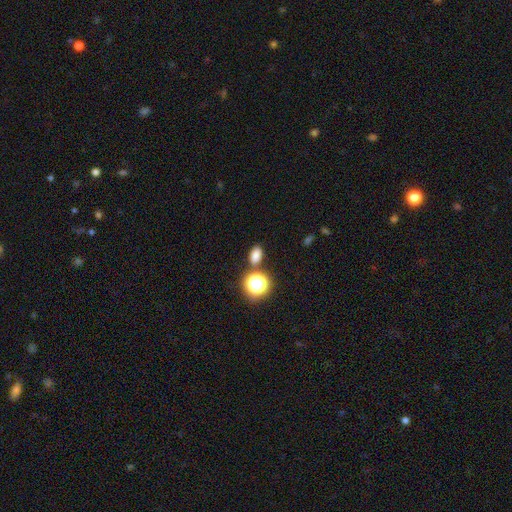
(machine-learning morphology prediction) type=smooth (76%); roundness=in between (75%); merging=none (79%).